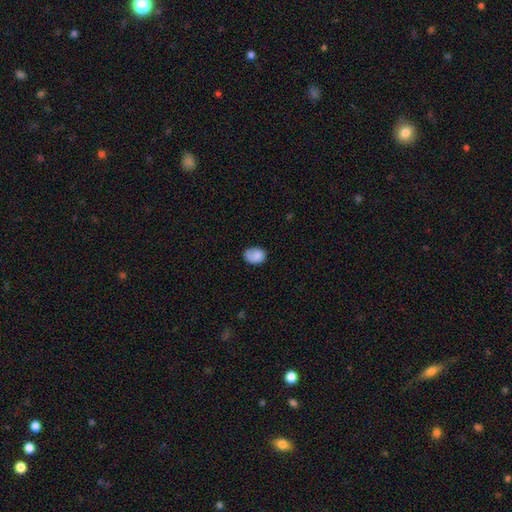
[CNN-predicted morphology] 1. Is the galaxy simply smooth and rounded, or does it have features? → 83% smooth, 9% featured or disk, 8% star or artifact.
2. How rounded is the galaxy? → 64% in between, 35% round, 1% cigar-shaped.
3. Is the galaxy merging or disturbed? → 60% none, 28% minor disturbance, 10% major disturbance, 2% merger.